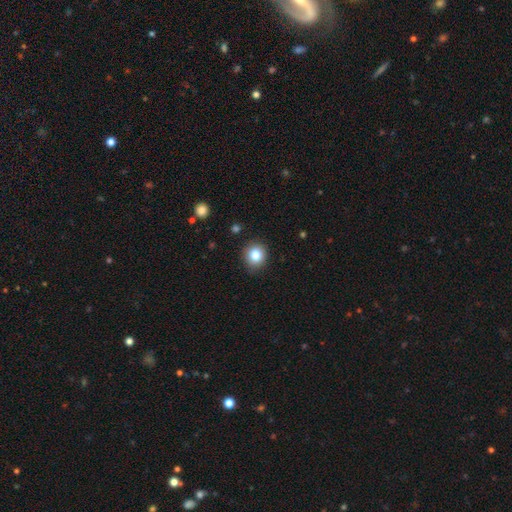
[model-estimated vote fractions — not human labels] This appears to be a smooth galaxy with no disk features (83%) that is round (81%). Merging: none (89%).